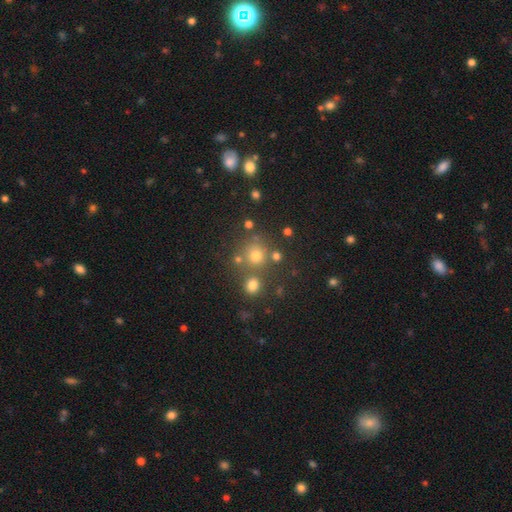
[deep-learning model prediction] Morphology: type=smooth (68%); roundness=round (91%); merging=none (72%).